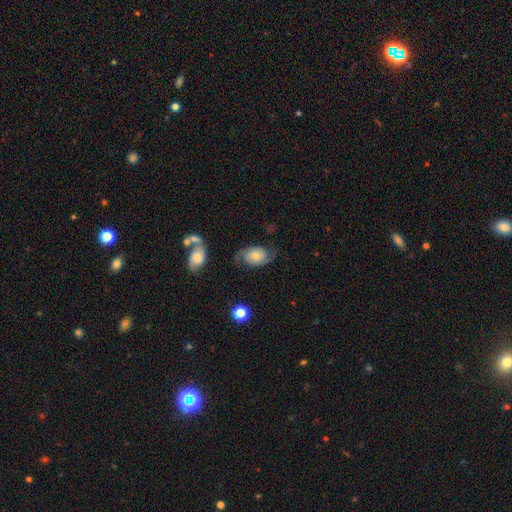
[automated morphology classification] smooth-or-featured: featured or disk: 76% | smooth: 17% | star or artifact: 7%
  disk-edge-on: no: 97% | yes: 3%
    bar: no: 69% | weak: 25% | strong: 6%
    has-spiral-arms: yes: 95% | no: 5%
      spiral-winding: medium: 46% | tight: 28% | loose: 26%
      spiral-arm-count: 2: 91% | can't tell: 4% | 1: 2% | 3: 1% | 4: 1% | more than 4: 1%
    bulge-size: moderate: 47% | small: 39% | large: 8% | none: 4% | dominant: 2%
  merging: none: 72% | minor disturbance: 17% | major disturbance: 9% | merger: 3%